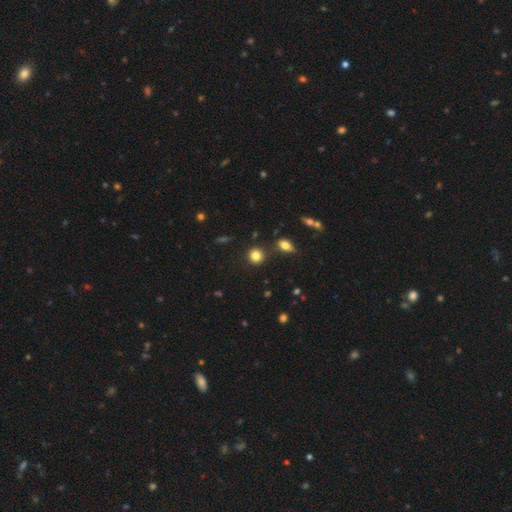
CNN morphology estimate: Overall: smooth (82%). How rounded: round (88%). Merging: none (83%).